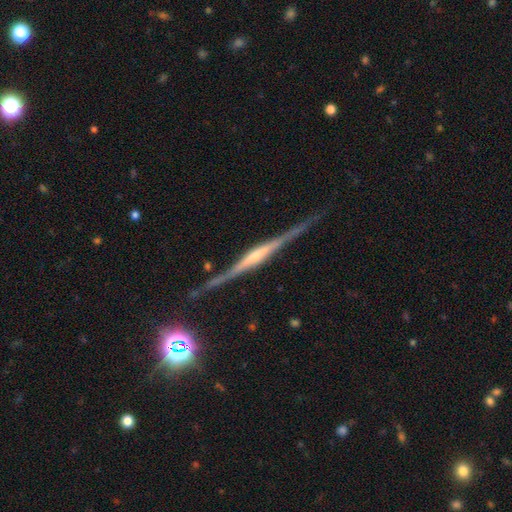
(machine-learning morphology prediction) Smooth or featured: featured or disk — 84% (smooth — 11%)
Edge-on disk: yes — 97% (no — 3%)
Edge-on bulge: rounded — 66% (boxy — 17%)
Merging: none — 75% (minor disturbance — 17%)